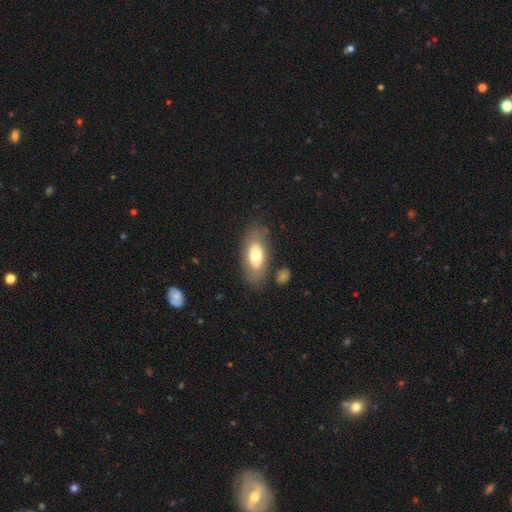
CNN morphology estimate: smooth_or_featured: smooth (p=0.62) [alt: featured or disk p=0.31]
how_rounded: in between (p=0.88) [alt: cigar-shaped p=0.08]
merging: none (p=0.76) [alt: minor disturbance p=0.14]